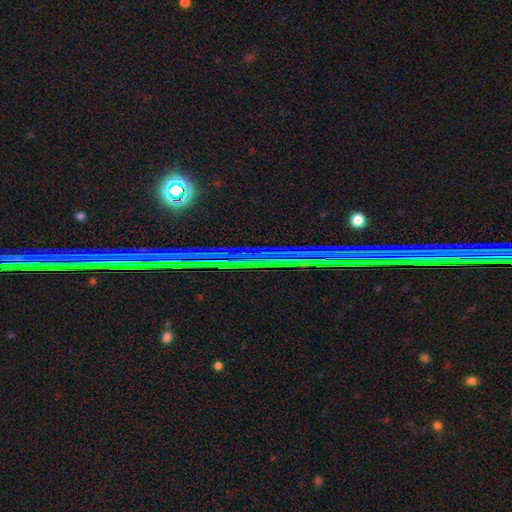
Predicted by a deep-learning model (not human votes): Smooth or featured: star or artifact — 85% (featured or disk — 9%)